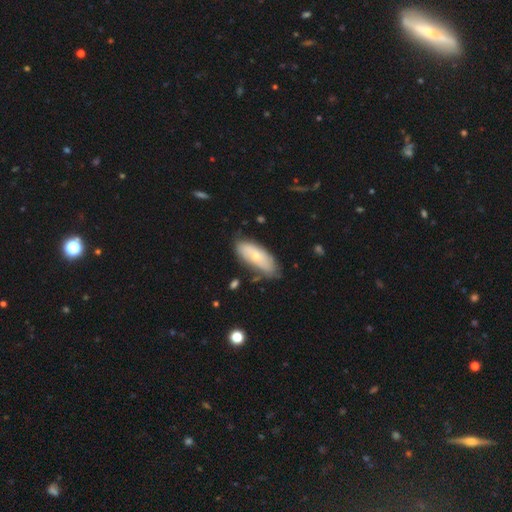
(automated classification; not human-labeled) Q: Smooth or featured?
A: smooth (58%); runner-up: featured or disk (36%)
Q: How rounded?
A: in between (79%); runner-up: cigar-shaped (18%)
Q: Merging?
A: none (70%); runner-up: minor disturbance (22%)